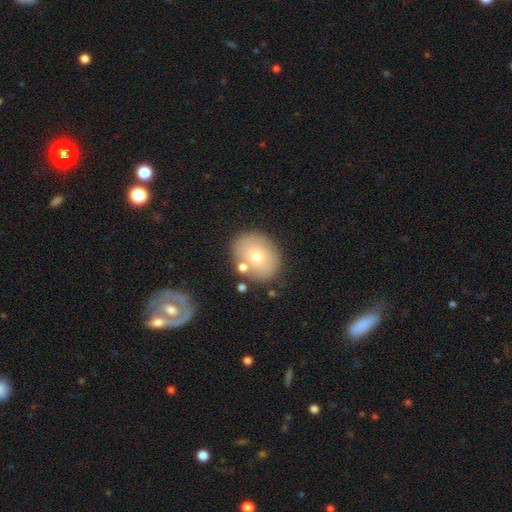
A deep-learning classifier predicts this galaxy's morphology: This appears to be a smooth galaxy with no disk features (70%) that is round (56%). Merging: none (76%).